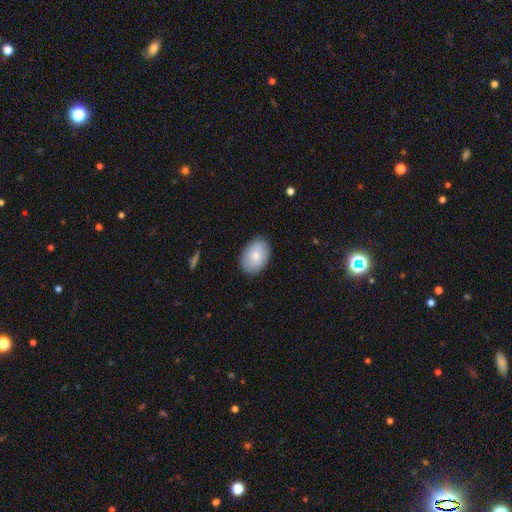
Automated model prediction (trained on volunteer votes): Q: Smooth or featured?
A: smooth (78%); runner-up: featured or disk (16%)
Q: How rounded?
A: in between (85%); runner-up: round (14%)
Q: Merging?
A: none (85%); runner-up: minor disturbance (12%)